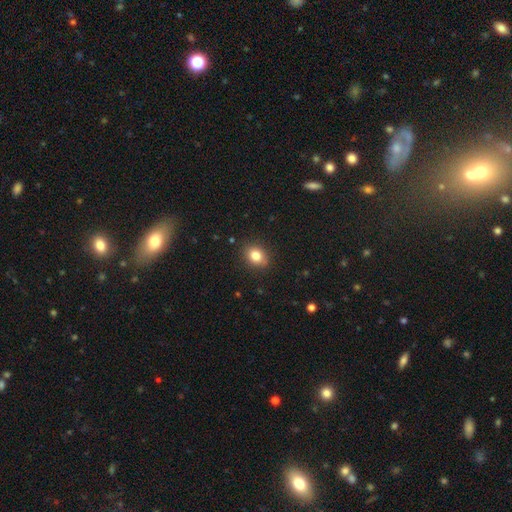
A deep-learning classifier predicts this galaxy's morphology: Smooth or featured: smooth — 83% (star or artifact — 10%)
How rounded: in between — 55% (round — 44%)
Merging: none — 88% (minor disturbance — 9%)